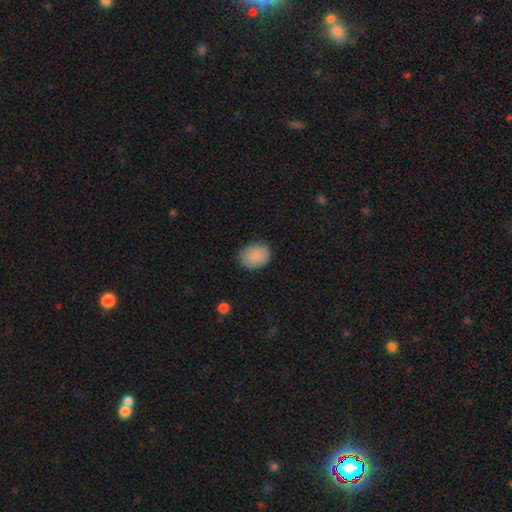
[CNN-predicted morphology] This is clearly a smooth galaxy (88%). How rounded: possibly in between (54%). Merging: clearly none (82%).